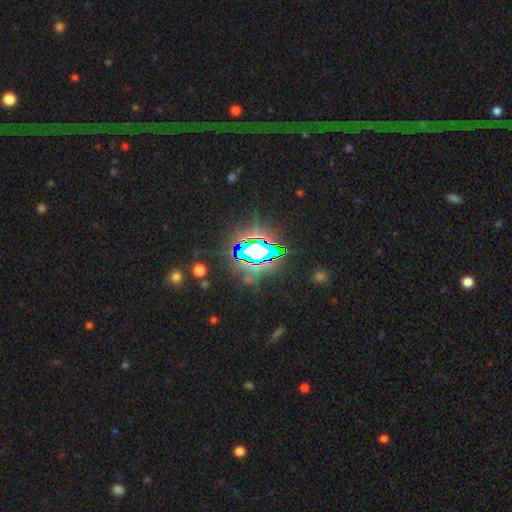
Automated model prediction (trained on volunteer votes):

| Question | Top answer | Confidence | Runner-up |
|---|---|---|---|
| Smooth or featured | star or artifact | 79% | smooth (11%) |